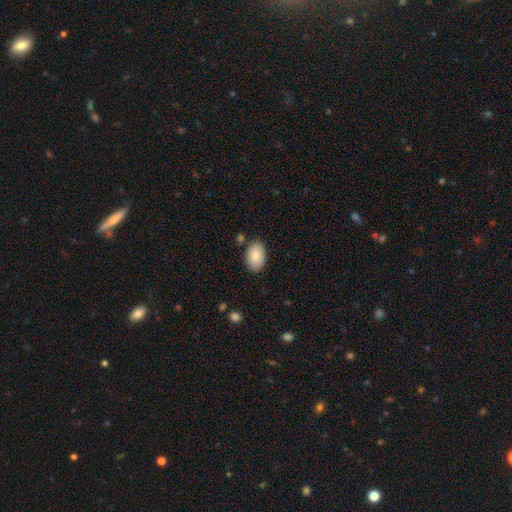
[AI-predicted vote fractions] Smooth or featured? smooth (86%)
How rounded? in between (89%)
Merging? none (83%)